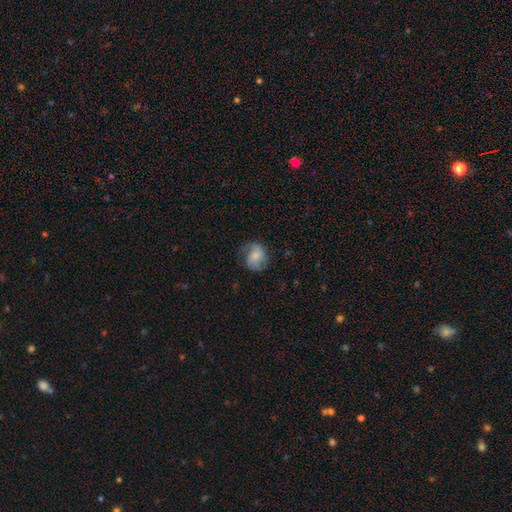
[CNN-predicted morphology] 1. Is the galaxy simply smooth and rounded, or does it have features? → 50% smooth, 42% featured or disk, 8% star or artifact.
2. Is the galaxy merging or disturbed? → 60% none, 25% minor disturbance, 14% major disturbance, 1% merger.